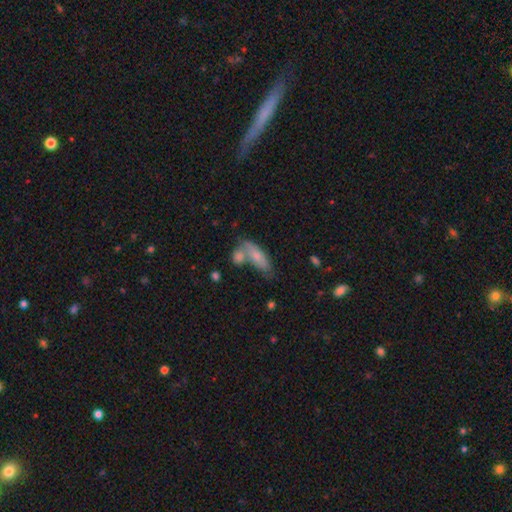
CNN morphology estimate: Smooth or featured? smooth (72%)
How rounded? in between (61%)
Merging? none (41%)